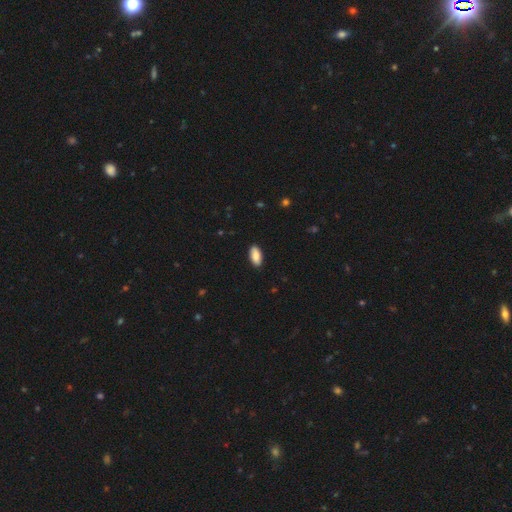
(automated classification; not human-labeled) Smooth or featured?
  - smooth: 88% *
  - featured or disk: 6%
  - star or artifact: 6%
How rounded?
  - in between: 91% *
  - cigar-shaped: 7%
  - round: 2%
Merging?
  - none: 89% *
  - minor disturbance: 8%
  - major disturbance: 2%
  - merger: 1%